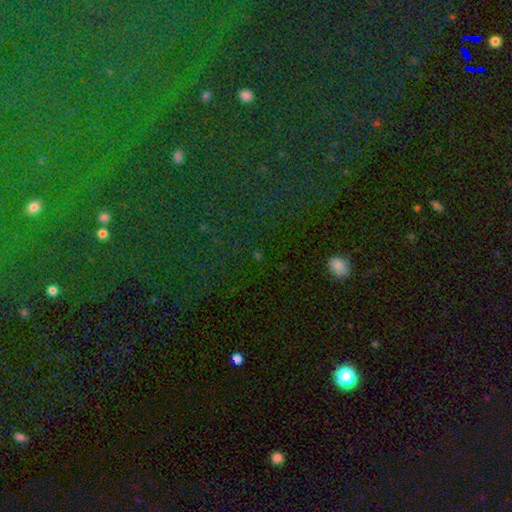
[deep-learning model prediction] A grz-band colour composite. It shows a star or artifact, not a galaxy (76%).